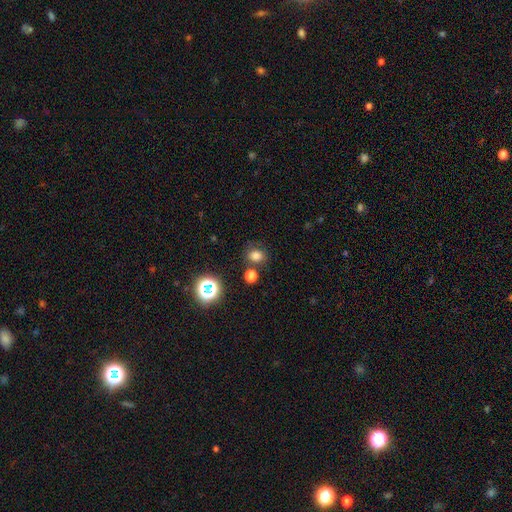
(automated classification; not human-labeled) This appears to be a smooth galaxy with no disk features (74%) that is round (60%). Merging: none (72%).